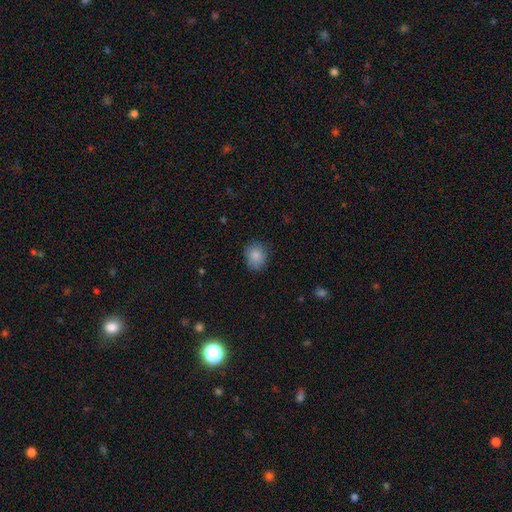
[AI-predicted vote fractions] This appears to be a smooth galaxy with no disk features (85%) that is round (65%). Merging: none (81%).